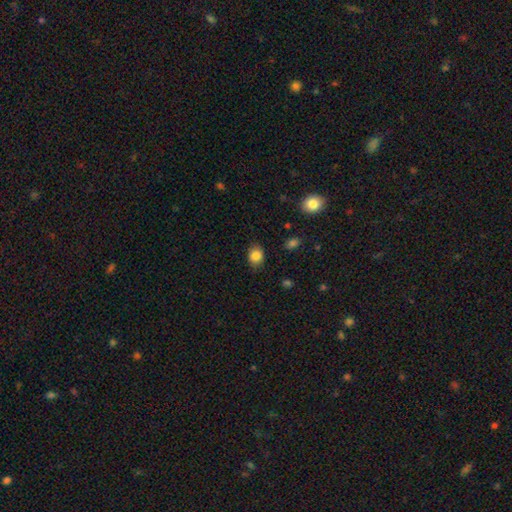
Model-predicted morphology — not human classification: Q: Smooth or featured?
A: smooth (85%); runner-up: star or artifact (9%)
Q: How rounded?
A: in between (55%); runner-up: round (44%)
Q: Merging?
A: none (82%); runner-up: minor disturbance (14%)